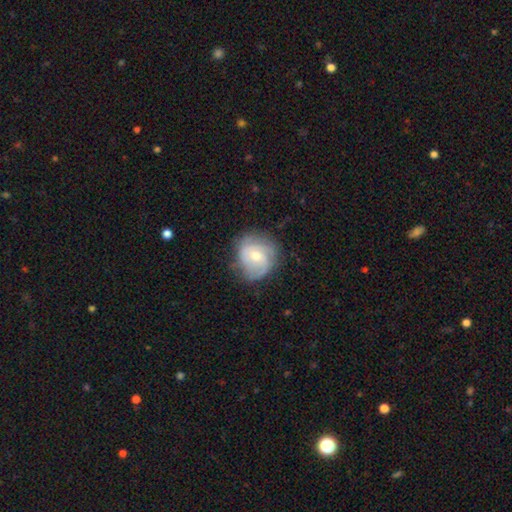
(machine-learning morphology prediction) smooth-or-featured: featured or disk: 66% | smooth: 27% | star or artifact: 7%
  disk-edge-on: no: 97% | yes: 3%
    bar: no: 64% | weak: 30% | strong: 6%
    has-spiral-arms: yes: 87% | no: 13%
      spiral-winding: tight: 44% | medium: 38% | loose: 17%
      spiral-arm-count: 2: 38% | can't tell: 29% | 3: 19% | 1: 7% | 4: 4% | more than 4: 3%
    bulge-size: moderate: 51% | small: 45% | large: 2% | none: 1% | dominant: 1%
  merging: none: 68% | minor disturbance: 23% | major disturbance: 9% | merger: 1%